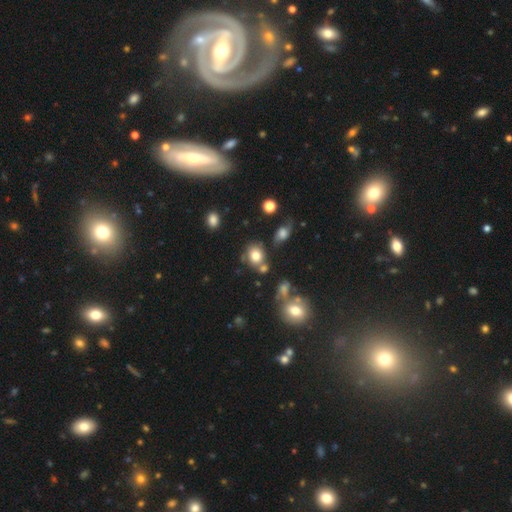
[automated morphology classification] This appears to be a smooth galaxy with no disk features (76%) that is round (65%). Merging: none (61%).